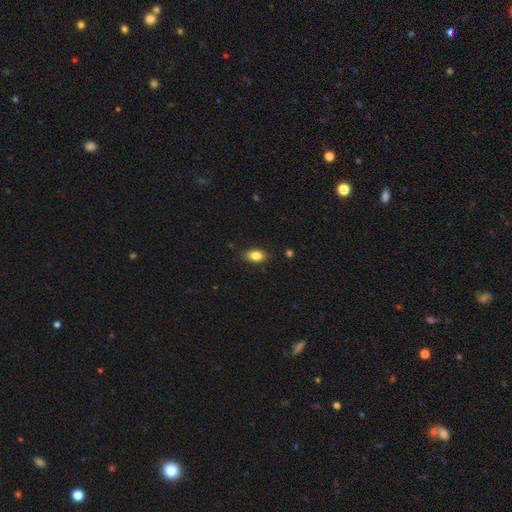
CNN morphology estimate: smooth-or-featured: smooth: 83% | featured or disk: 8% | star or artifact: 8%
  how-rounded: in between: 88% | round: 10% | cigar-shaped: 3%
  merging: none: 85% | minor disturbance: 11% | major disturbance: 2% | merger: 1%